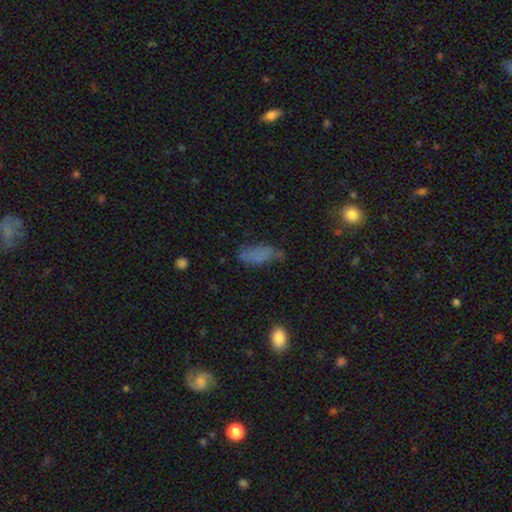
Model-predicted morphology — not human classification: smooth 71%, featured or disk 16%, star or artifact 13%. Down the decision tree: how rounded — in between (73%); merging — none (52%).